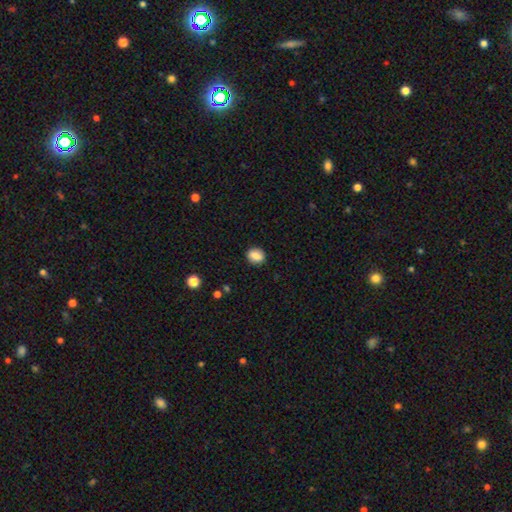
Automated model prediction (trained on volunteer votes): smooth_or_featured: smooth (p=0.82) [alt: star or artifact p=0.09]
how_rounded: round (p=0.55) [alt: in between p=0.44]
merging: none (p=0.88) [alt: minor disturbance p=0.09]